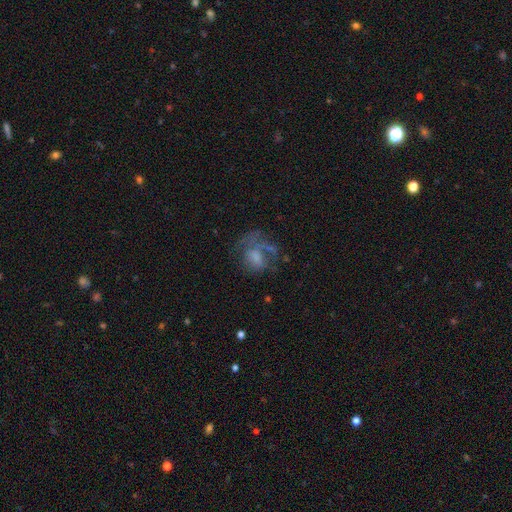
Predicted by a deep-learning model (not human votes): Smooth or featured: featured or disk — 49% (smooth — 37%)
Merging: major disturbance — 41% (none — 34%)